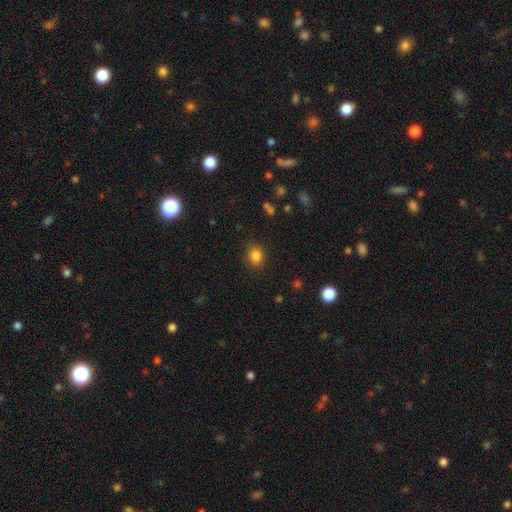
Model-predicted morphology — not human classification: Overall: smooth (84%). How rounded: round (56%; in between 43%). Merging: none (86%).